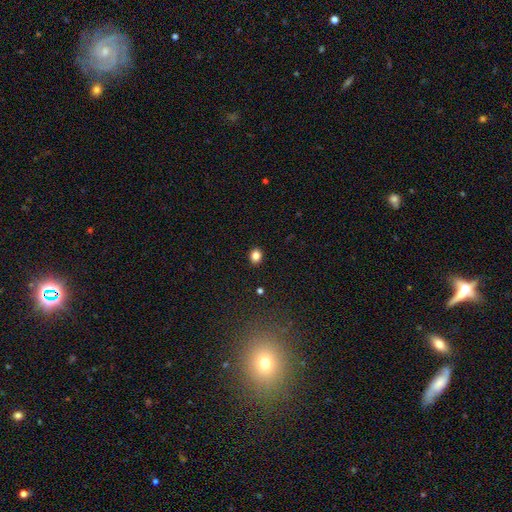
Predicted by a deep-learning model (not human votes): Smooth or featured? smooth (85%)
How rounded? round (60%)
Merging? none (91%)